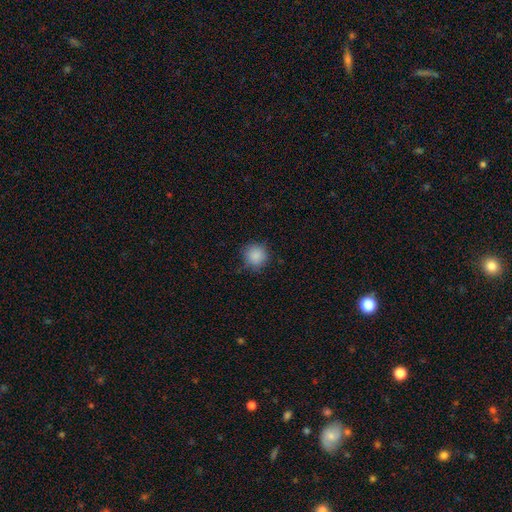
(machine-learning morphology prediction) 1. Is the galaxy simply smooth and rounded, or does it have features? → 87% smooth, 9% star or artifact, 3% featured or disk.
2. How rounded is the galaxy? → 93% round, 6% in between, 1% cigar-shaped.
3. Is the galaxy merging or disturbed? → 86% none, 11% minor disturbance, 3% major disturbance, 1% merger.